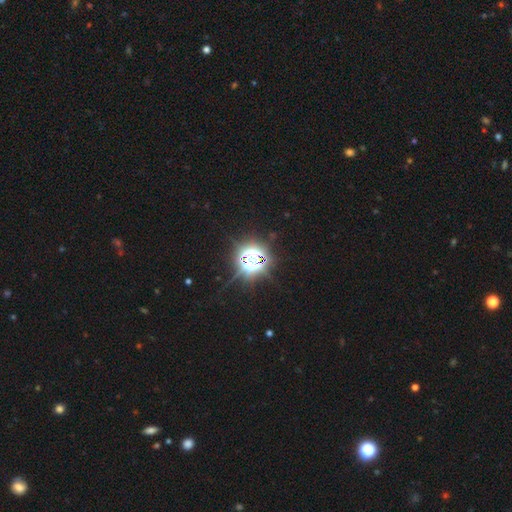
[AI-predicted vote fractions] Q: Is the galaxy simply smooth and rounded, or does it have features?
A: star or artifact — 80%.